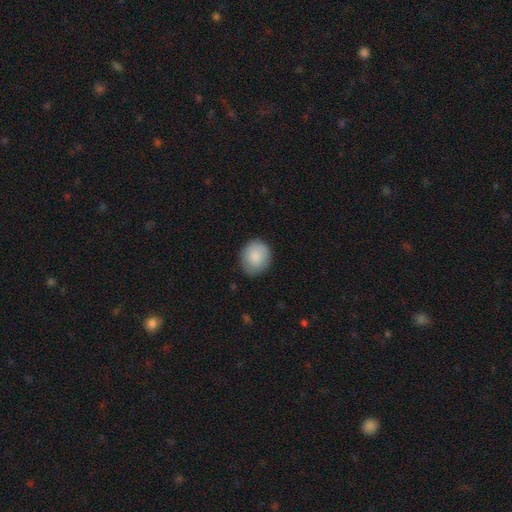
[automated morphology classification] smooth 86%, featured or disk 8%, star or artifact 6%. Down the decision tree: how rounded — round (72%); merging — none (83%).